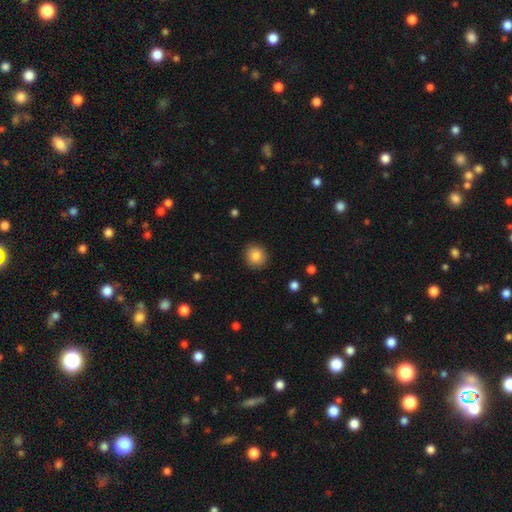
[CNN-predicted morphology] smooth_or_featured: smooth (p=0.84) [alt: star or artifact p=0.09]
how_rounded: round (p=0.87) [alt: in between p=0.12]
merging: none (p=0.90) [alt: minor disturbance p=0.07]